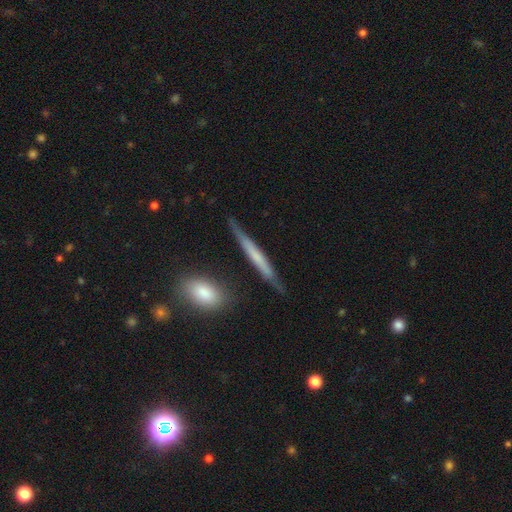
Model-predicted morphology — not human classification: A featured or disk galaxy (50%). Merging: none (80%).